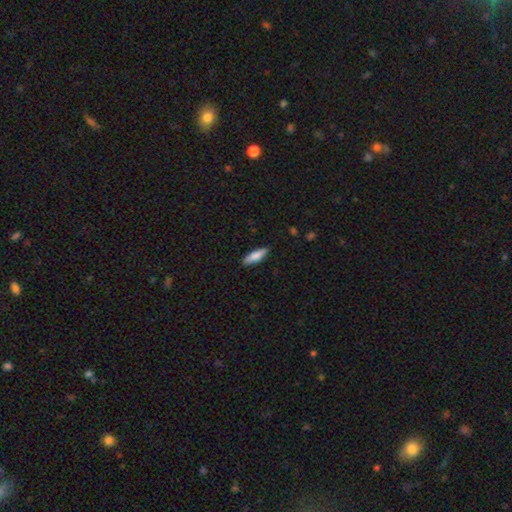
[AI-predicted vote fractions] A smooth galaxy with no disk features (77%) that is cigar-shaped (52%).

Vote fractions:
- Smooth or featured? smooth: 77% / featured or disk: 18% / star or artifact: 6%
- How rounded? cigar-shaped: 52% / in between: 46% / round: 2%
- Merging? none: 88% / minor disturbance: 9% / major disturbance: 2% / merger: 1%